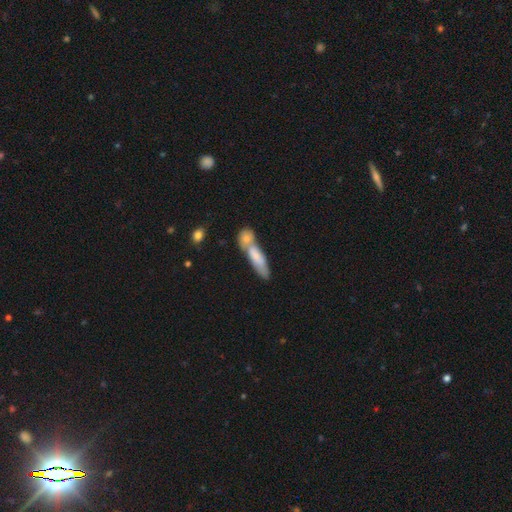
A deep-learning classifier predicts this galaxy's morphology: smooth-or-featured: smooth: 71% | featured or disk: 22% | star or artifact: 6%
  how-rounded: cigar-shaped: 63% | in between: 34% | round: 3%
  merging: merger: 55% | none: 30% | minor disturbance: 10% | major disturbance: 5%